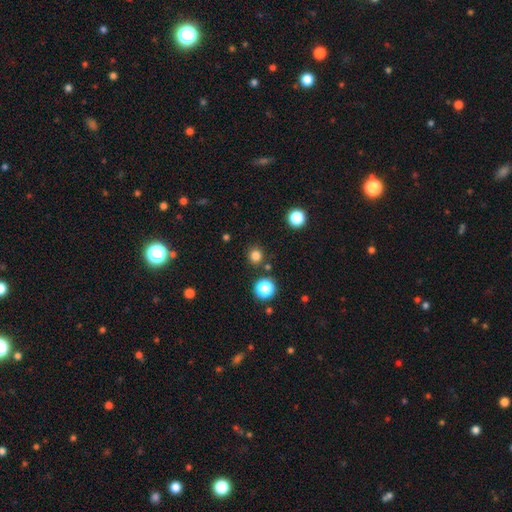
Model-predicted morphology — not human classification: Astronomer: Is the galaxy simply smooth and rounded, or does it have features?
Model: smooth — 80%.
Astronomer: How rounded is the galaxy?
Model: round — 91%.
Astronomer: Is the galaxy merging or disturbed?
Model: none — 88%.